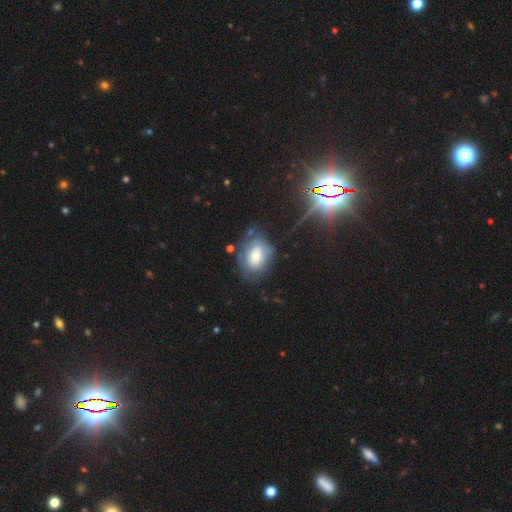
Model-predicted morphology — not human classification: This is possibly a smooth galaxy (59%). How rounded: likely in between (77%). Merging: likely none (61%).